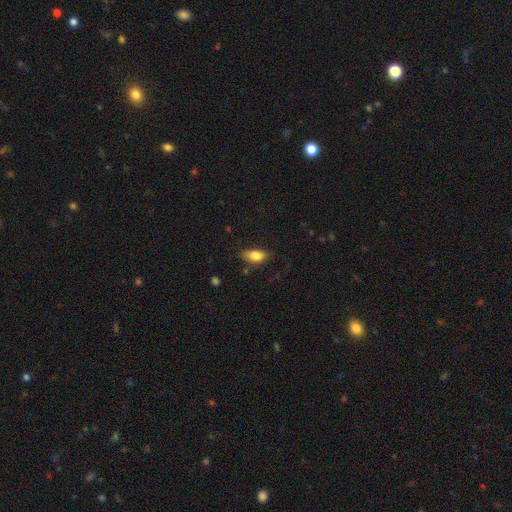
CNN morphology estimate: Smooth or featured: smooth — 81% (featured or disk — 11%)
How rounded: in between — 87% (cigar-shaped — 8%)
Merging: none — 68% (minor disturbance — 25%)